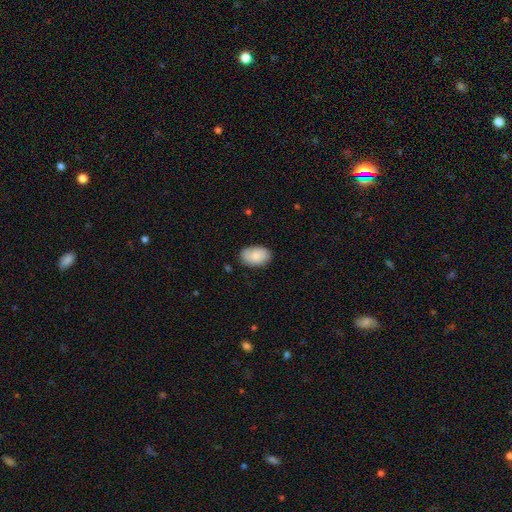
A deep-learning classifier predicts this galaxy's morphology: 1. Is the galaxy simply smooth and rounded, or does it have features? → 78% smooth, 16% featured or disk, 6% star or artifact.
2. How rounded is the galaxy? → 90% in between, 9% round, 1% cigar-shaped.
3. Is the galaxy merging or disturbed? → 79% none, 17% minor disturbance, 3% major disturbance, 1% merger.